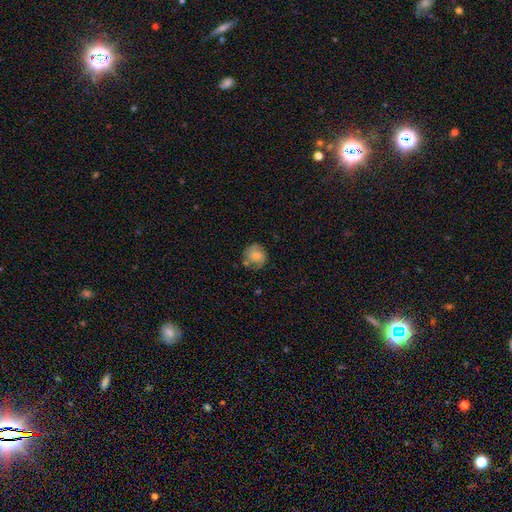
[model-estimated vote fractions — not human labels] Smooth or featured? smooth (57%)
How rounded? round (82%)
Merging? none (64%)